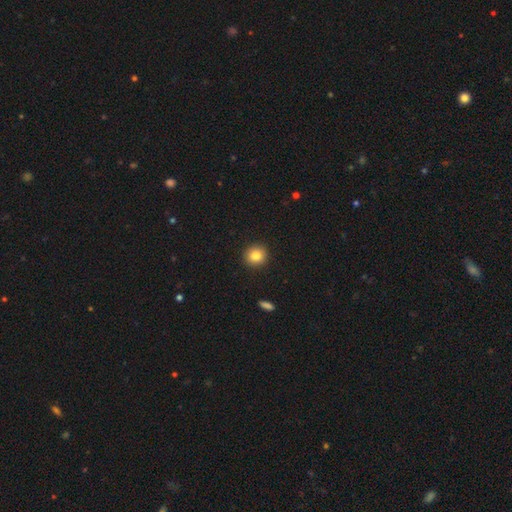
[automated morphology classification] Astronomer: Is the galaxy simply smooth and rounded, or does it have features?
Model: smooth — 83%.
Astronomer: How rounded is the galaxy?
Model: round — 90%.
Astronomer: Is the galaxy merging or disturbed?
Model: none — 92%.